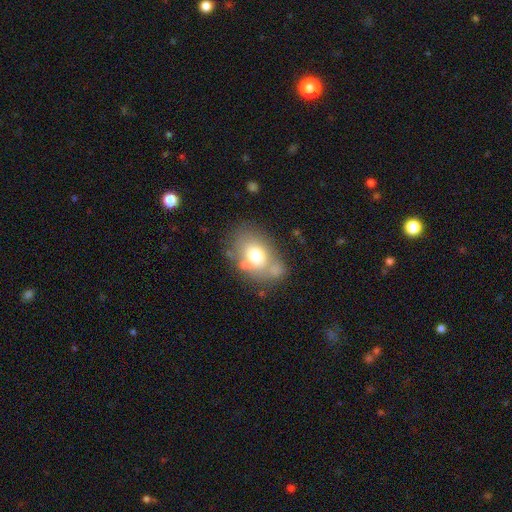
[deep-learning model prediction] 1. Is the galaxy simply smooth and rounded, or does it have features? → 67% smooth, 23% featured or disk, 10% star or artifact.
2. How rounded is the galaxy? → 73% in between, 25% round, 1% cigar-shaped.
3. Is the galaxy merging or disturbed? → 54% none, 21% minor disturbance, 15% merger, 9% major disturbance.